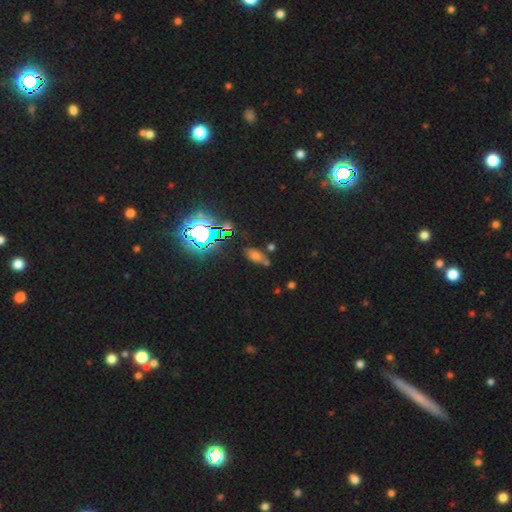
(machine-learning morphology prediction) A smooth galaxy with no disk features (48%). Merging: none (69%).